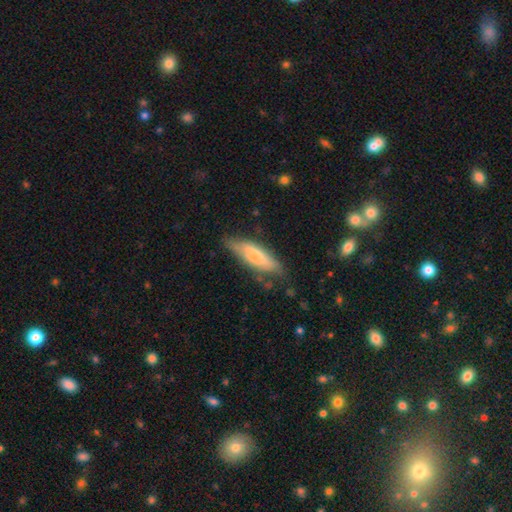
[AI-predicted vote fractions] This is likely a smooth galaxy (69%). How rounded: possibly cigar-shaped (55%). Merging: likely none (69%).